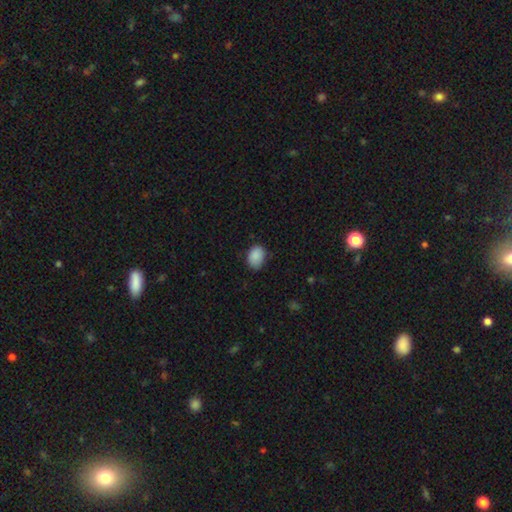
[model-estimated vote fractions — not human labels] Smooth or featured?
  - smooth: 88% *
  - star or artifact: 8%
  - featured or disk: 4%
How rounded?
  - in between: 72% *
  - round: 27%
  - cigar-shaped: 1%
Merging?
  - none: 70% *
  - minor disturbance: 24%
  - major disturbance: 4%
  - merger: 1%